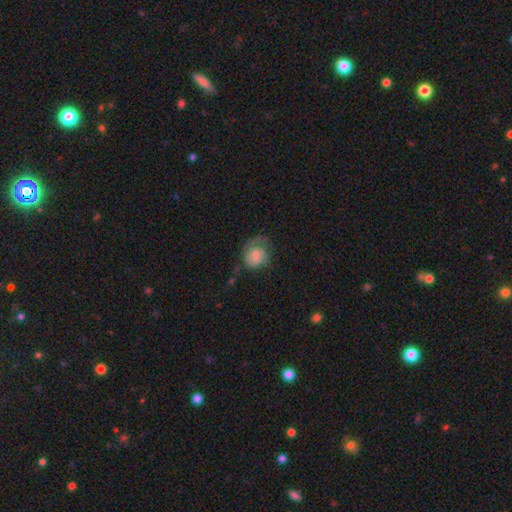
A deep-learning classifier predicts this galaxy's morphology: A smooth galaxy with no disk features (54%) that is round (58%). Merging: none (38%).